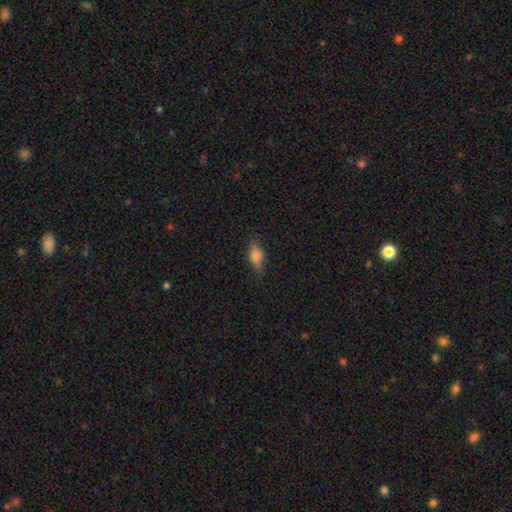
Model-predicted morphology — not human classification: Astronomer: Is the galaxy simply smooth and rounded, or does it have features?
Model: smooth — 64%.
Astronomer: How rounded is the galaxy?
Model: in between — 74%.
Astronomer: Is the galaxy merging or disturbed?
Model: none — 81%.